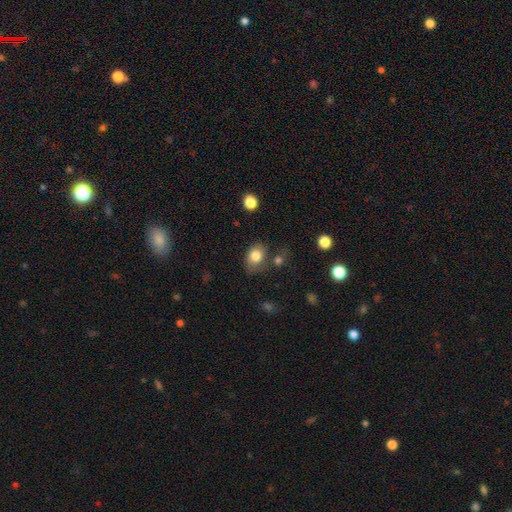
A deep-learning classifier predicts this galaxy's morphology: A smooth galaxy with no disk features (81%) that is in between round and cigar-shaped (62%).

Vote fractions:
- Smooth or featured? smooth: 81% / featured or disk: 10% / star or artifact: 9%
- How rounded? in between: 62% / round: 37% / cigar-shaped: 1%
- Merging? none: 64% / minor disturbance: 21% / merger: 8% / major disturbance: 7%